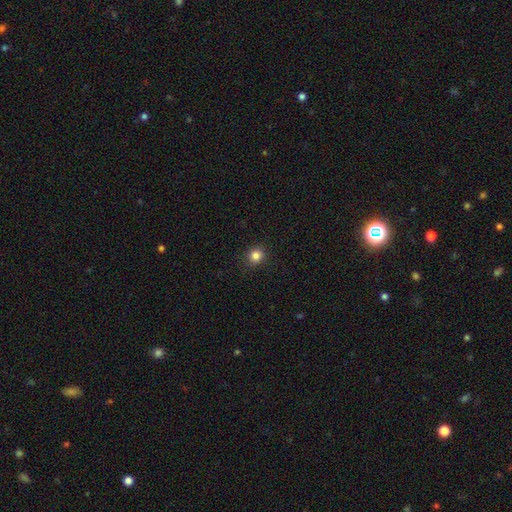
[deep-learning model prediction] Smooth or featured: smooth — 84% (star or artifact — 12%)
How rounded: round — 85% (in between — 14%)
Merging: none — 89% (minor disturbance — 8%)